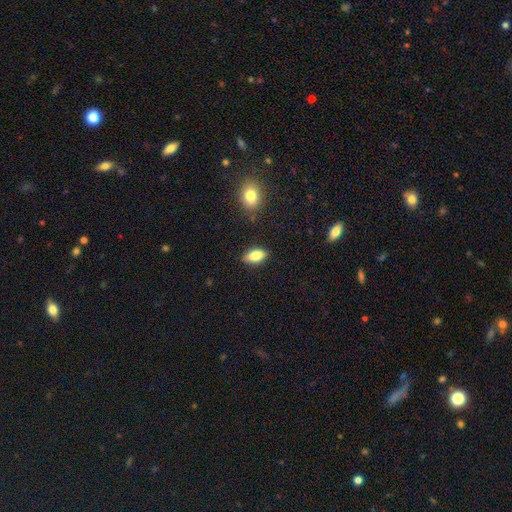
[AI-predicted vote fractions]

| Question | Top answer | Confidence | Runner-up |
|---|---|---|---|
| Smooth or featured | smooth | 82% | featured or disk (10%) |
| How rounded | in between | 88% | cigar-shaped (8%) |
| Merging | none | 84% | minor disturbance (11%) |